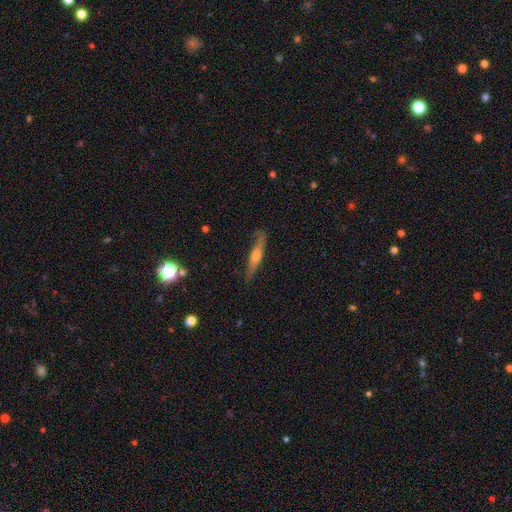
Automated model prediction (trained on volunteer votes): smooth_or_featured: featured or disk (p=0.69) [alt: smooth p=0.24]
disk_edge_on: yes (p=0.94) [alt: no p=0.06]
edge_on_bulge: rounded (p=0.77) [alt: boxy p=0.15]
merging: none (p=0.79) [alt: minor disturbance p=0.15]